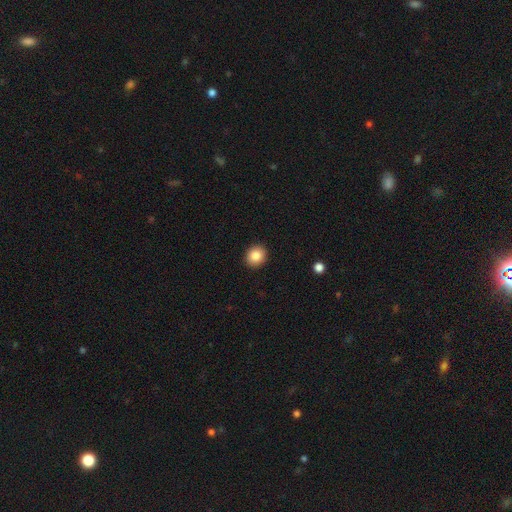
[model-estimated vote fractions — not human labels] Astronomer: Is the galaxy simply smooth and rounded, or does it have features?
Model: smooth — 85%.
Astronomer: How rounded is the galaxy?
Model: round — 73%.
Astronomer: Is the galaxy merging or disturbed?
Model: none — 92%.